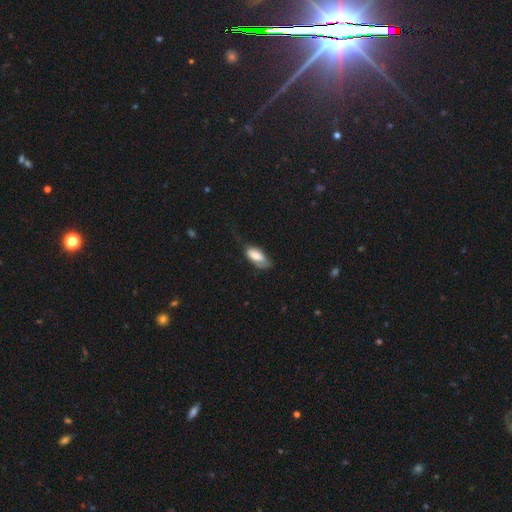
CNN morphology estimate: Smooth or featured? smooth (74%)
How rounded? in between (88%)
Merging? none (47%)